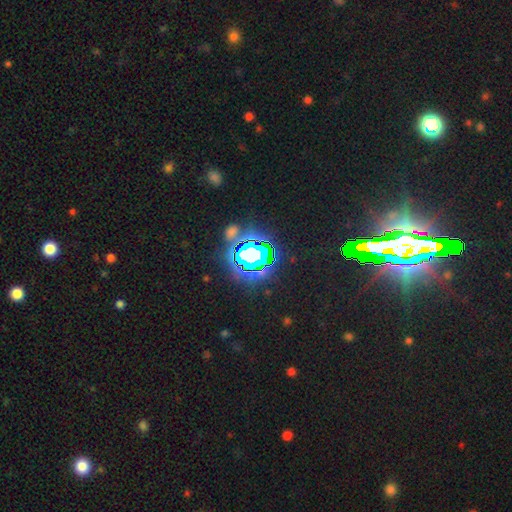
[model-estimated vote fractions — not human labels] Smooth or featured? star or artifact (81%)